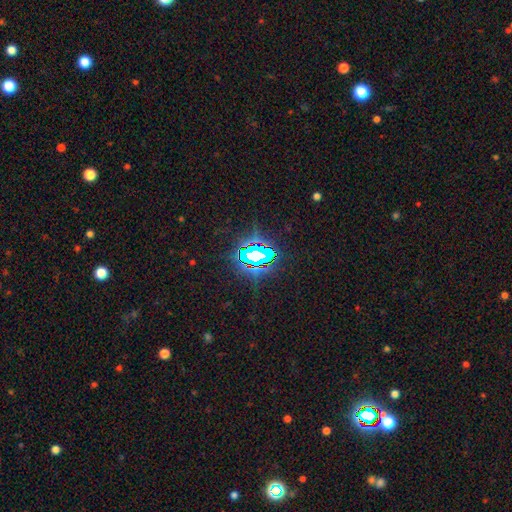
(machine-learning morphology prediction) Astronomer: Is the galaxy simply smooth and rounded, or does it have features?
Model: star or artifact — 75%.